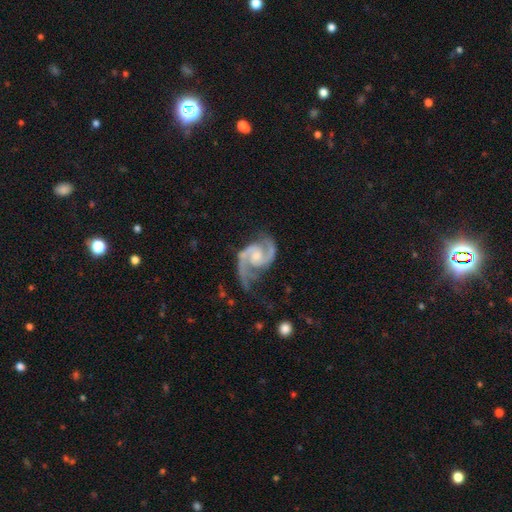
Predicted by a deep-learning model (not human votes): smooth-or-featured: featured or disk: 94% | star or artifact: 3% | smooth: 3%
  disk-edge-on: no: 98% | yes: 2%
    bar: no: 54% | weak: 38% | strong: 9%
    has-spiral-arms: yes: 99% | no: 1%
      spiral-winding: medium: 62% | tight: 20% | loose: 18%
      spiral-arm-count: 2: 94% | 3: 2% | can't tell: 1% | 1: 1% | 4: 1% | more than 4: 1%
    bulge-size: moderate: 45% | small: 40% | none: 10% | large: 4% | dominant: 1%
  merging: none: 63% | minor disturbance: 22% | major disturbance: 12% | merger: 3%